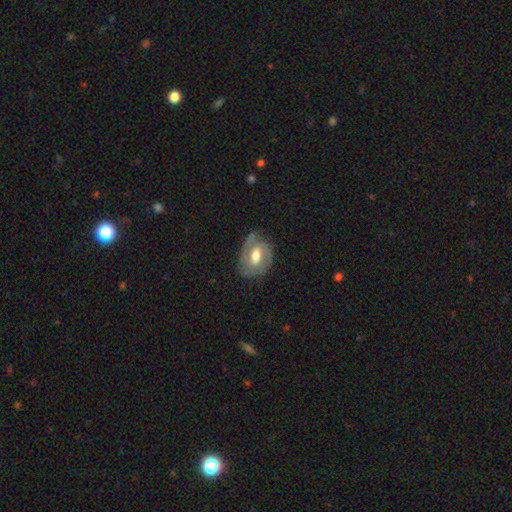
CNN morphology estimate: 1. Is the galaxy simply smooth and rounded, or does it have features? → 71% featured or disk, 23% smooth, 6% star or artifact.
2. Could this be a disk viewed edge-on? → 96% no, 4% yes.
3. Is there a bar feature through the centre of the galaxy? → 46% weak, 39% no, 15% strong.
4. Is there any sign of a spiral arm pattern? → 82% yes, 18% no.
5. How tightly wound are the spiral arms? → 48% tight, 39% medium, 13% loose.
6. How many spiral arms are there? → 66% 2, 18% can't tell, 8% 1, 5% 3, 2% 4, 2% more than 4.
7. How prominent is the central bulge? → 64% moderate, 25% large, 9% small, 2% none, 1% dominant.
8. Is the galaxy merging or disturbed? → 65% none, 24% minor disturbance, 9% major disturbance, 1% merger.